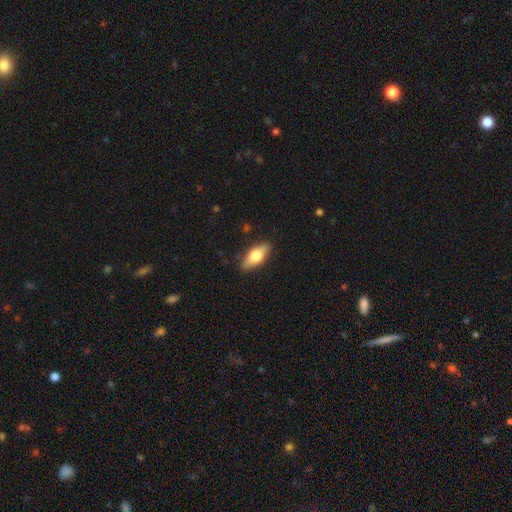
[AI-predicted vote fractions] This appears to be a smooth galaxy with no disk features (60%) that is in between round and cigar-shaped (76%). Merging: none (86%).